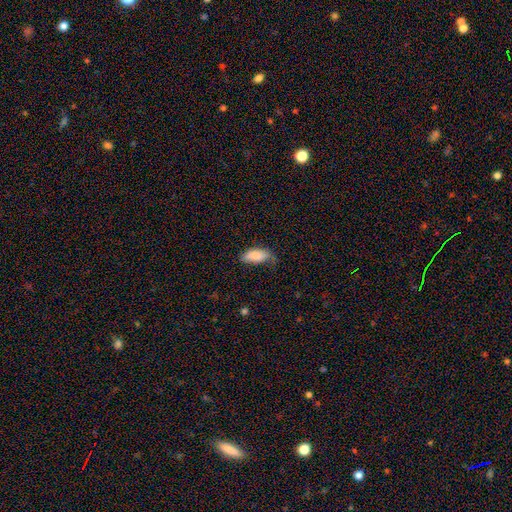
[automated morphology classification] This appears to be a smooth galaxy with no disk features (85%) that is in between round and cigar-shaped (86%). Merging: none (46%).